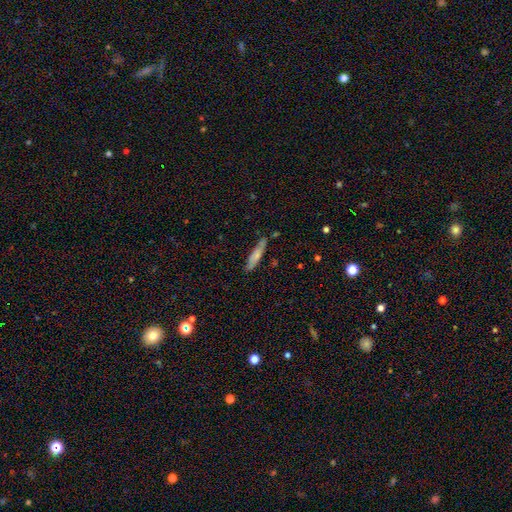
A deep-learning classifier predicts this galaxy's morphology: smooth-or-featured: smooth: 71% | featured or disk: 23% | star or artifact: 6%
  how-rounded: cigar-shaped: 84% | in between: 15% | round: 1%
  merging: none: 73% | minor disturbance: 19% | merger: 5% | major disturbance: 4%